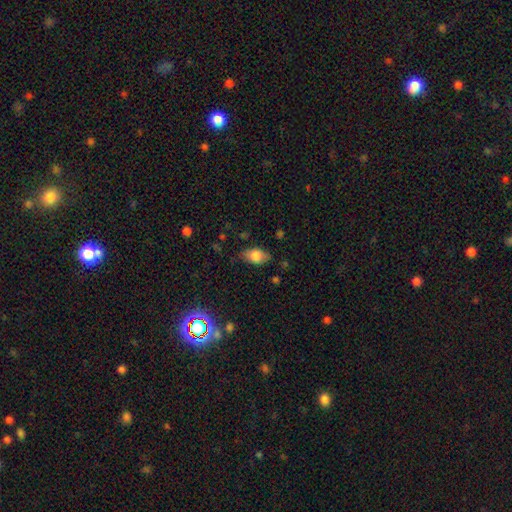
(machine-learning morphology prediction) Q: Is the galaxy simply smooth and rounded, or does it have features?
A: smooth — 77%.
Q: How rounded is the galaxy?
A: in between — 88%.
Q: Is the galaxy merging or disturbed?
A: none — 75%.